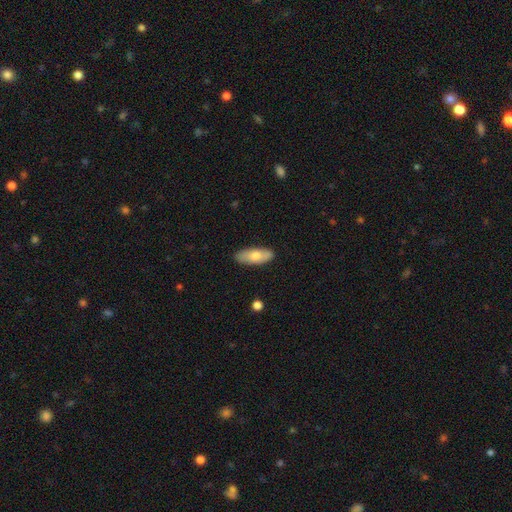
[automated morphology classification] Smooth or featured? Predicted: smooth (p=0.70). How rounded? Predicted: in between (p=0.77). Merging? Predicted: none (p=0.85).